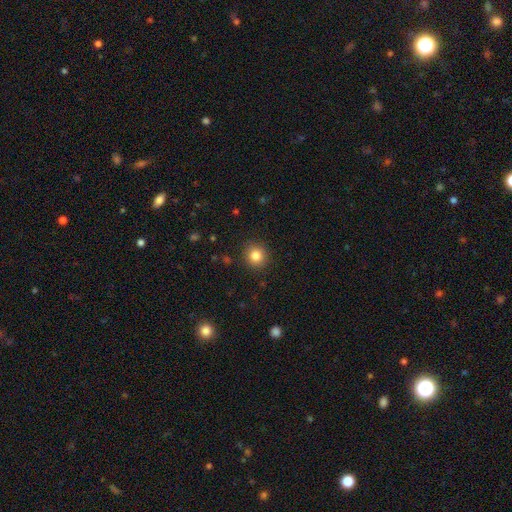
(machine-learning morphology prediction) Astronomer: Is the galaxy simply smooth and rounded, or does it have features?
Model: smooth — 84%.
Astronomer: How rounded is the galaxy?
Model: round — 91%.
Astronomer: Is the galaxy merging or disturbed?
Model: none — 91%.